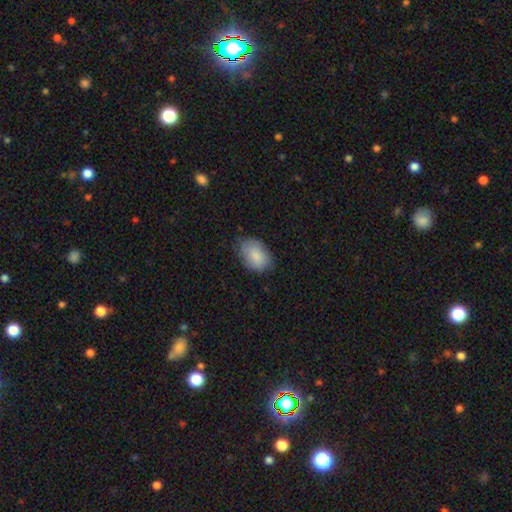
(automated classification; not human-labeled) Q: Smooth or featured?
A: smooth (85%); runner-up: featured or disk (9%)
Q: How rounded?
A: in between (89%); runner-up: round (10%)
Q: Merging?
A: none (72%); runner-up: minor disturbance (22%)